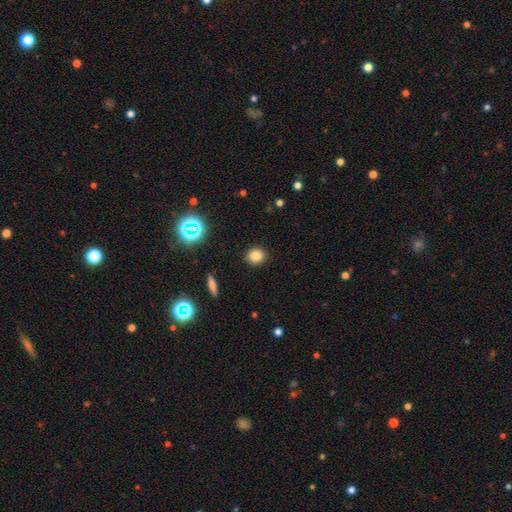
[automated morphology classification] A smooth galaxy with no disk features (81%) that is round (81%). Merging: none (91%).